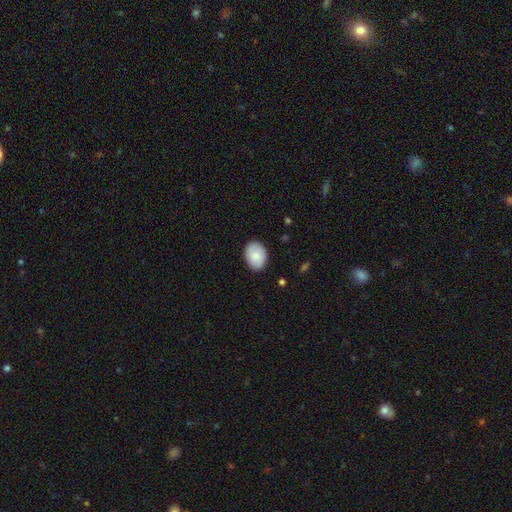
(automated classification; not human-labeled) smooth-or-featured: smooth: 81% | featured or disk: 13% | star or artifact: 6%
  how-rounded: in between: 77% | round: 22% | cigar-shaped: 1%
  merging: none: 85% | minor disturbance: 12% | major disturbance: 2% | merger: 1%